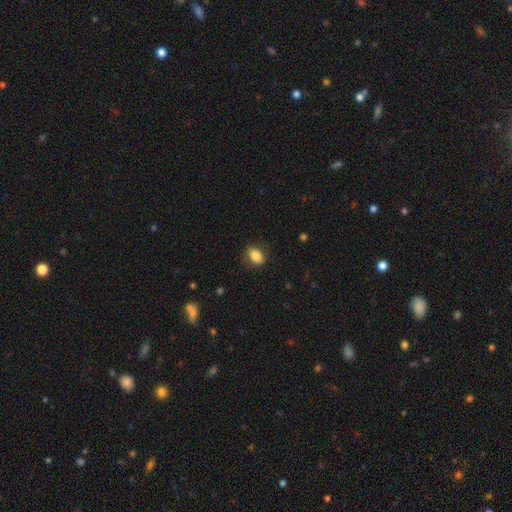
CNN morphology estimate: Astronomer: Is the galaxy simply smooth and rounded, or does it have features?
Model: smooth — 83%.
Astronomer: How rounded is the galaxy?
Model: in between — 80%.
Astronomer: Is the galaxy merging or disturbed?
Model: none — 80%.